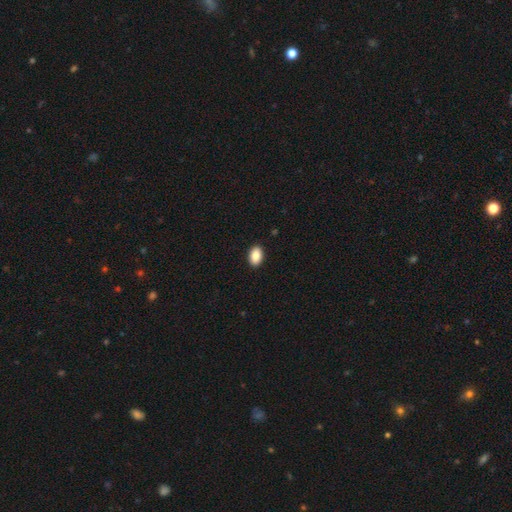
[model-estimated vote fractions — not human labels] A smooth galaxy with no disk features (88%) that is in between round and cigar-shaped (89%). Merging: none (91%).